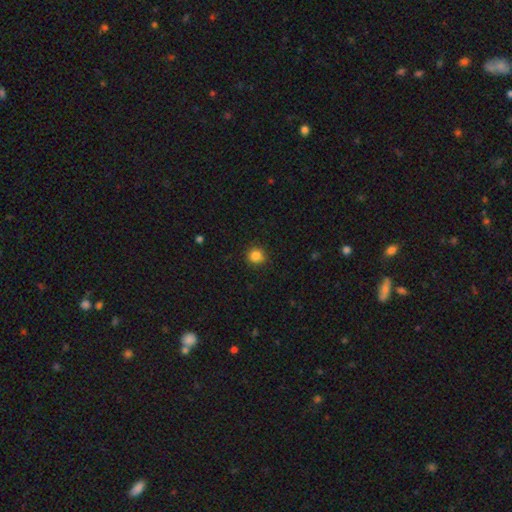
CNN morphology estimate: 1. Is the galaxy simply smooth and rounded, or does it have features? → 85% smooth, 11% star or artifact, 4% featured or disk.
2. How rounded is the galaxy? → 92% round, 7% in between, 1% cigar-shaped.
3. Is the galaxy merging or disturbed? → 89% none, 8% minor disturbance, 2% major disturbance, 1% merger.